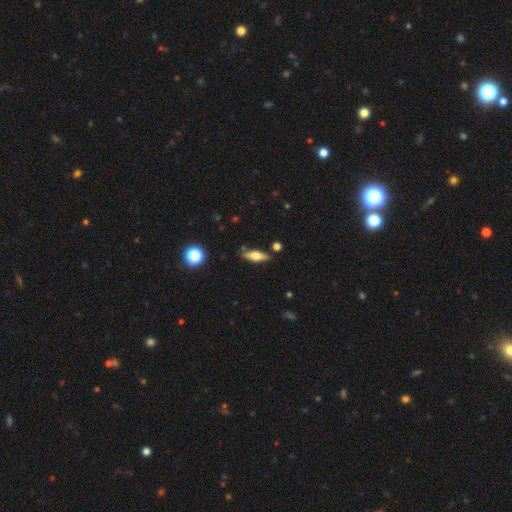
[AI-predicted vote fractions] The model was most divided on "how rounded": in between: 49%, cigar-shaped: 48%, round: 3%. More confident: merging — none (82%); smooth or featured — smooth (50%).